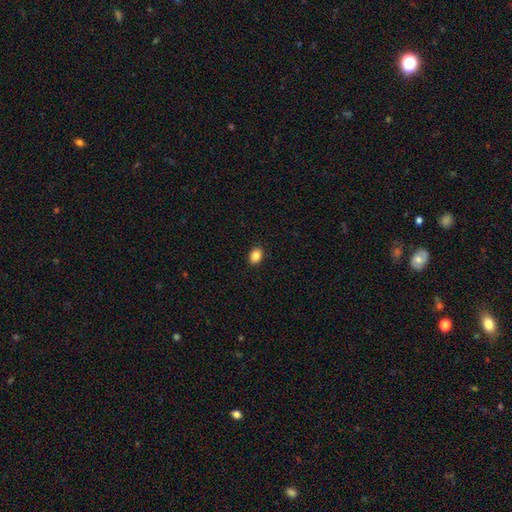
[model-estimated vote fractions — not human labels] Morphology: type=smooth (86%); roundness=in between (72%); merging=none (91%).